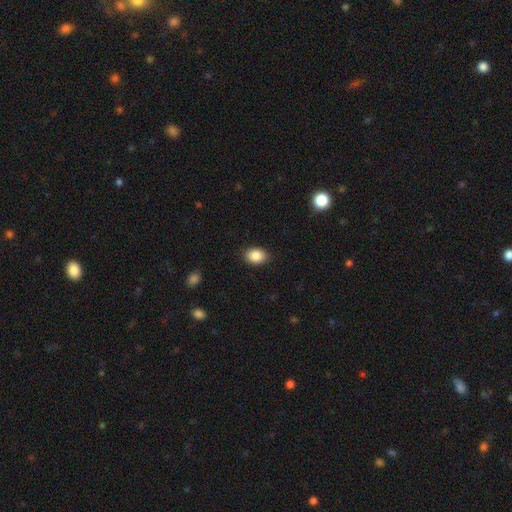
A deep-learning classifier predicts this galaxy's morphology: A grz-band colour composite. It shows a smooth galaxy with no disk features (87%) that is in between round and cigar-shaped (74%). Merging: none (87%).